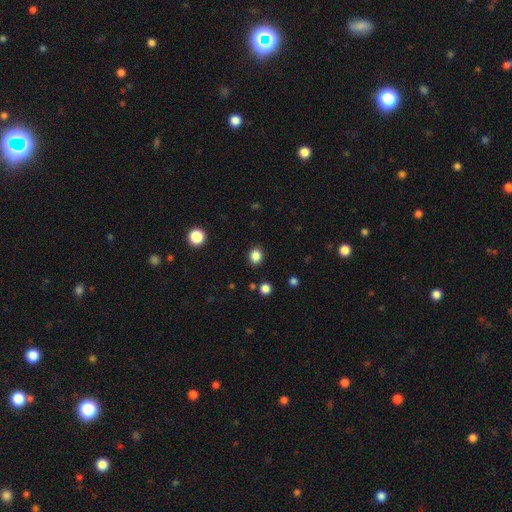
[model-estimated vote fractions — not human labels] Overall: smooth (85%). How rounded: round (63%; in between 36%). Merging: none (88%).